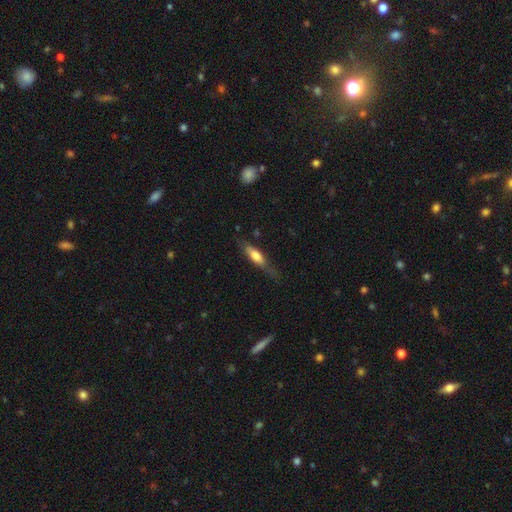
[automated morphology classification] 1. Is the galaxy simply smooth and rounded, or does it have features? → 57% smooth, 37% featured or disk, 6% star or artifact.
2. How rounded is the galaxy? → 63% cigar-shaped, 35% in between, 2% round.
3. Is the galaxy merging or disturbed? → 66% none, 23% minor disturbance, 9% major disturbance, 2% merger.